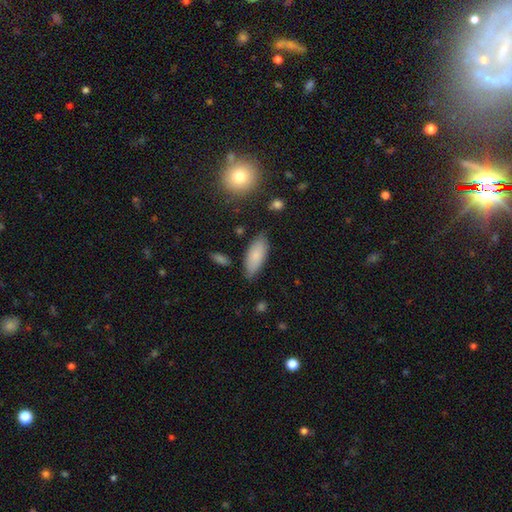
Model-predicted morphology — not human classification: Smooth or featured: smooth — 82% (featured or disk — 11%)
How rounded: in between — 82% (cigar-shaped — 17%)
Merging: none — 78% (minor disturbance — 16%)